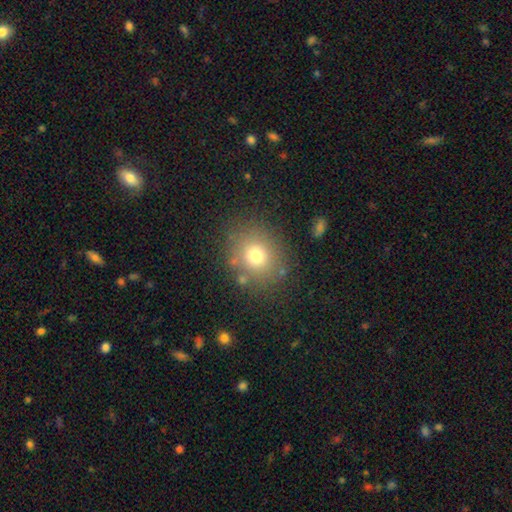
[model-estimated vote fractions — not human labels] smooth 72%, star or artifact 15%, featured or disk 12%. Down the decision tree: how rounded — round (76%); merging — none (81%).